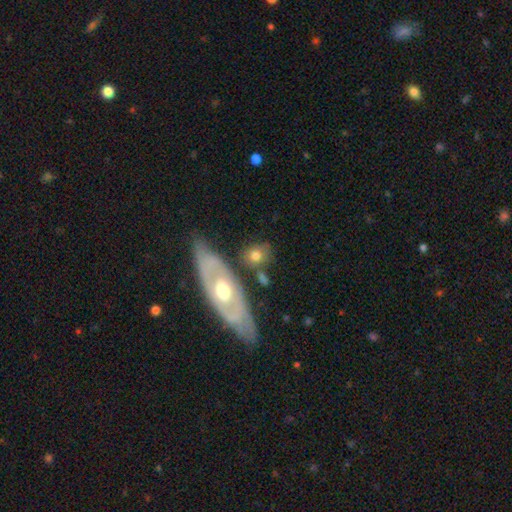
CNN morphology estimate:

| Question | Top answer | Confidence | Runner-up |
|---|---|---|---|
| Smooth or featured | smooth | 66% | featured or disk (28%) |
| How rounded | round | 54% | in between (41%) |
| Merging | none | 67% | minor disturbance (15%) |